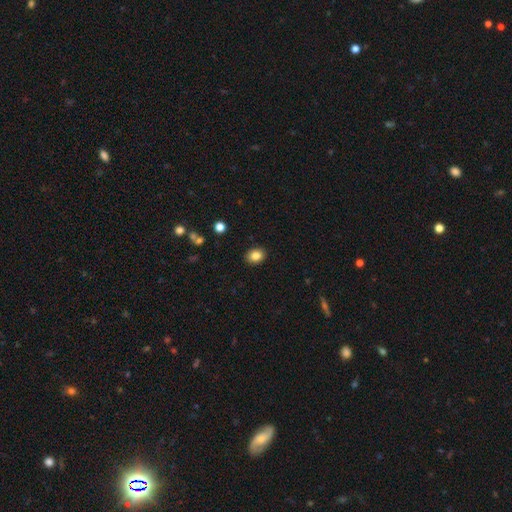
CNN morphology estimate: Smooth or featured: smooth — 84% (star or artifact — 9%)
How rounded: in between — 56% (round — 43%)
Merging: none — 90% (minor disturbance — 7%)